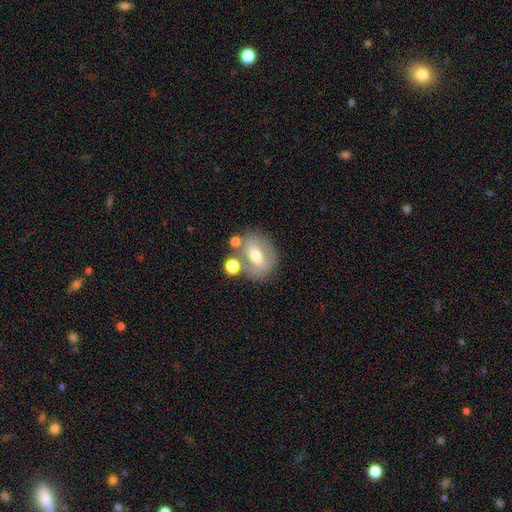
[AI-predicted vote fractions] The model was most divided on "smooth or featured": featured or disk: 49%, smooth: 42%, star or artifact: 10%. More confident: merging — none (65%).